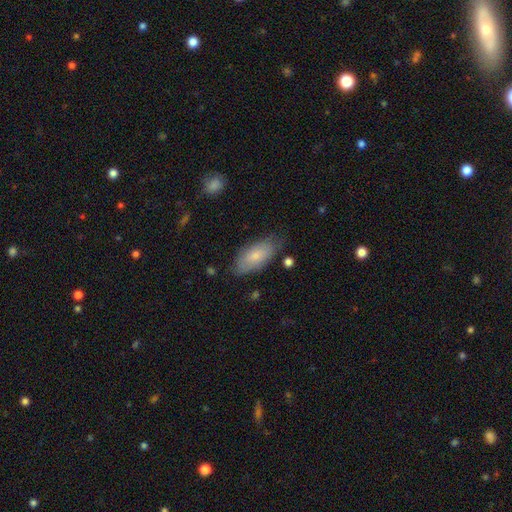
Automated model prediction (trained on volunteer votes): smooth 74%, featured or disk 20%, star or artifact 6%. Down the decision tree: how rounded — in between (90%); merging — none (70%).